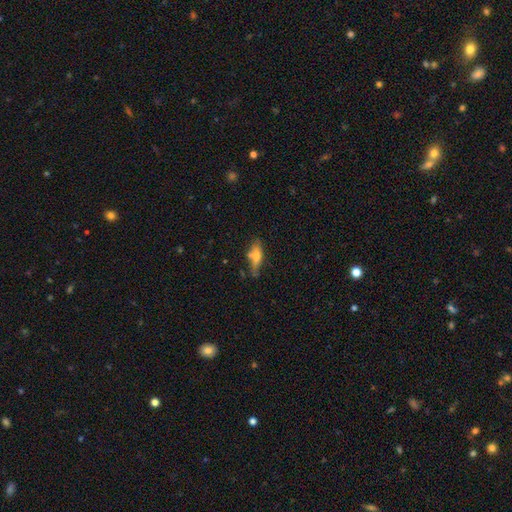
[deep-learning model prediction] Q: Smooth or featured?
A: smooth (62%); runner-up: featured or disk (29%)
Q: How rounded?
A: in between (59%); runner-up: cigar-shaped (38%)
Q: Merging?
A: none (51%); runner-up: minor disturbance (28%)